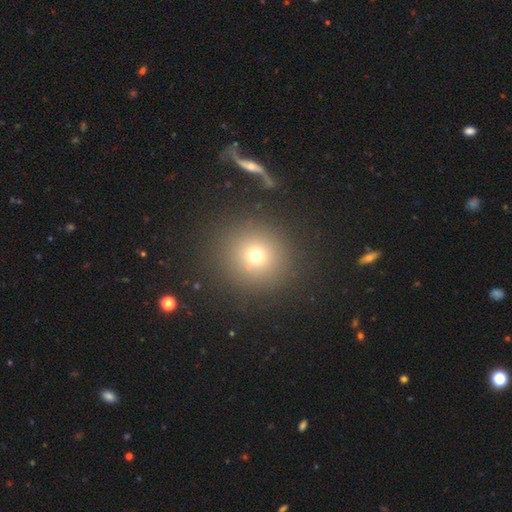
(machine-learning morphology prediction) Q: Smooth or featured?
A: smooth (69%); runner-up: star or artifact (19%)
Q: How rounded?
A: round (93%); runner-up: in between (6%)
Q: Merging?
A: none (86%); runner-up: minor disturbance (7%)